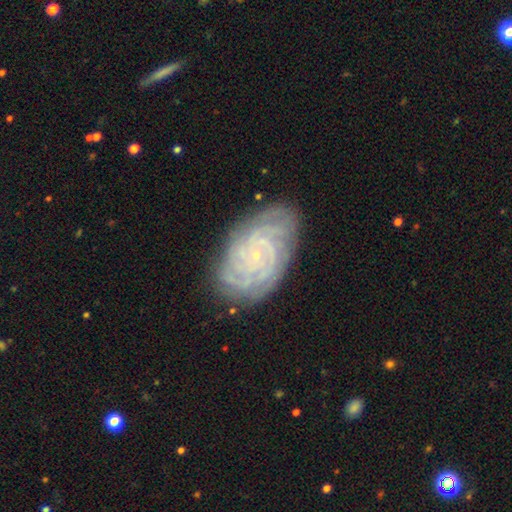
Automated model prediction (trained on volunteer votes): A featured or disk galaxy (85%) with no bar (73%), 4 (25%, tied with can't tell) tight (82%) spiral arms (97%) and a small central bulge (89%).

Vote fractions:
- Smooth or featured? featured or disk: 85% / smooth: 8% / star or artifact: 7%
- Edge-on disk? no: 97% / yes: 3%
- Bar? no: 73% / weak: 21% / strong: 6%
- Spiral arms? yes: 97% / no: 3%
- Spiral winding? tight: 82% / medium: 15% / loose: 3%
- Spiral arm count? 4: 25% (tied) / can't tell: 25% (tied) / more than 4: 18% / 3: 13% / 2: 11% / 1: 8%
- Bulge size? small: 89% / moderate: 7% / none: 3% / large: 1% / dominant: 1%
- Merging? none: 81% / minor disturbance: 14% / major disturbance: 4% / merger: 1%